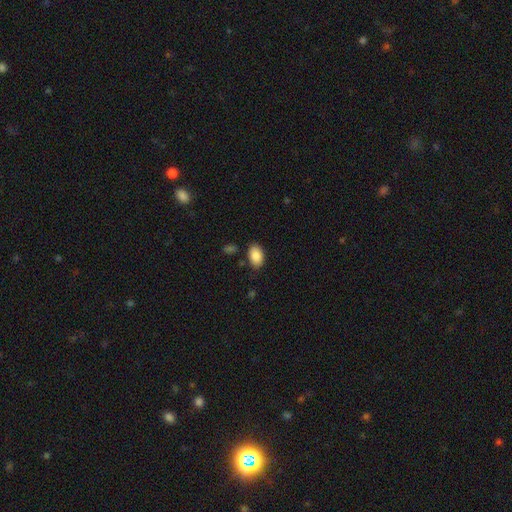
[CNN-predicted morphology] The model was most divided on "merging": none: 83%, minor disturbance: 11%, merger: 3%, major disturbance: 3%. More confident: how rounded — in between (90%); smooth or featured — smooth (87%).